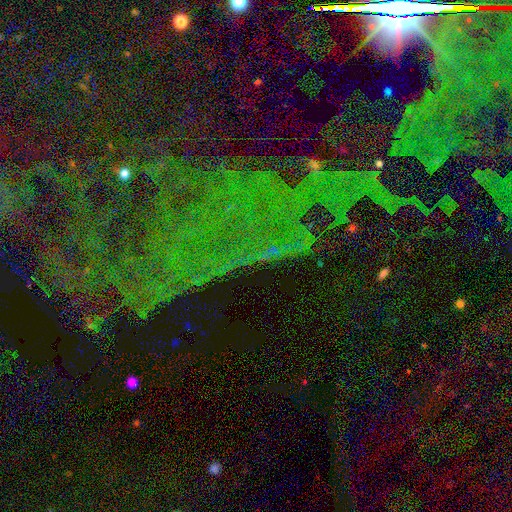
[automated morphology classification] star or artifact 78%, featured or disk 13%, smooth 10%.